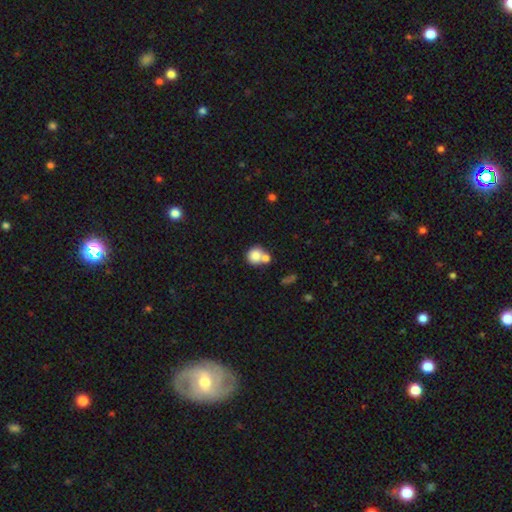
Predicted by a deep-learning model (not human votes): smooth 80%, featured or disk 11%, star or artifact 9%. Down the decision tree: how rounded — round (86%); merging — none (44%).